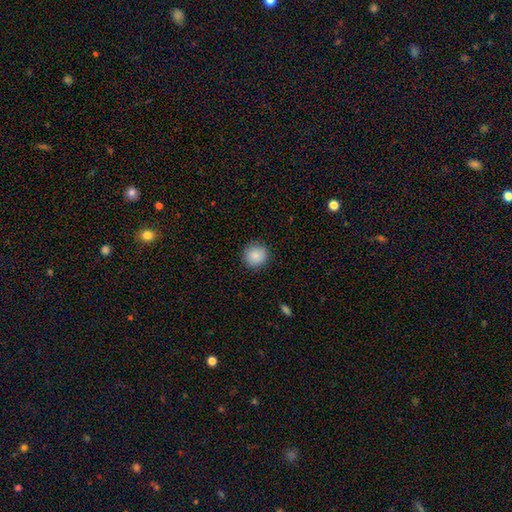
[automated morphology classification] smooth_or_featured: smooth (p=0.88) [alt: star or artifact p=0.08]
how_rounded: round (p=0.92) [alt: in between p=0.07]
merging: none (p=0.90) [alt: minor disturbance p=0.07]